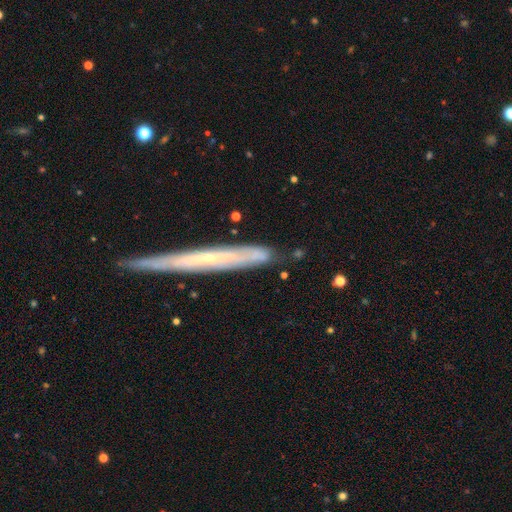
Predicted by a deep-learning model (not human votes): Overall: smooth (55%; featured or disk 36%). How rounded: cigar-shaped (79%). Merging: none (62%; minor disturbance 23%).